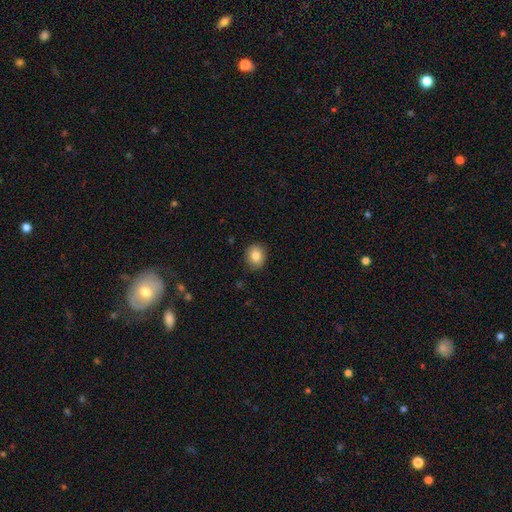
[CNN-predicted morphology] Smooth or featured: smooth — 85% (star or artifact — 9%)
How rounded: round — 69% (in between — 30%)
Merging: none — 88% (minor disturbance — 9%)